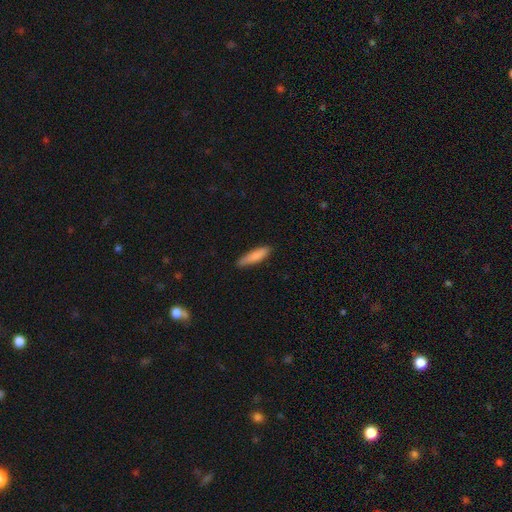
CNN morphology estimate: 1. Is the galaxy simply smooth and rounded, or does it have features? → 84% smooth, 10% featured or disk, 6% star or artifact.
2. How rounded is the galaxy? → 76% cigar-shaped, 23% in between, 1% round.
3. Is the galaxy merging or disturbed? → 84% none, 13% minor disturbance, 2% major disturbance, 1% merger.